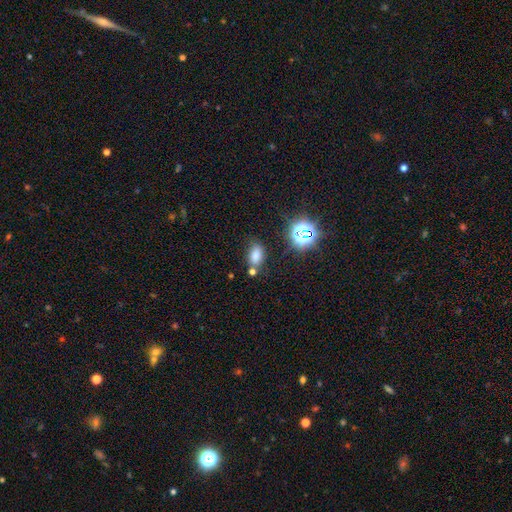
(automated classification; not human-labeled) Smooth or featured? Predicted: smooth (p=0.70). How rounded? Predicted: in between (p=0.86). Merging? Predicted: none (p=0.65).